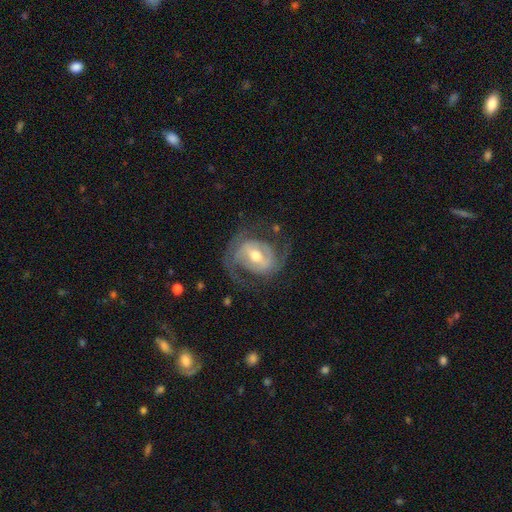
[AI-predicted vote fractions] smooth_or_featured: featured or disk (p=0.84) [alt: smooth p=0.11]
disk_edge_on: no (p=0.97) [alt: yes p=0.03]
bar: weak (p=0.43) [alt: strong p=0.38]
has_spiral_arms: yes (p=0.90) [alt: no p=0.10]
spiral_winding: medium (p=0.48) [alt: tight p=0.31]
spiral_arm_count: 2 (p=0.81) [alt: can't tell p=0.08]
bulge_size: moderate (p=0.72) [alt: small p=0.17]
merging: none (p=0.68) [alt: minor disturbance p=0.16]